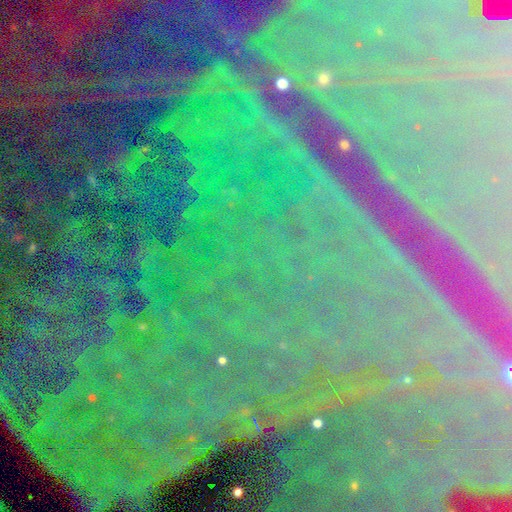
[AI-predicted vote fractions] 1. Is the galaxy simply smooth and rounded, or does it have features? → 86% star or artifact, 8% featured or disk, 7% smooth.